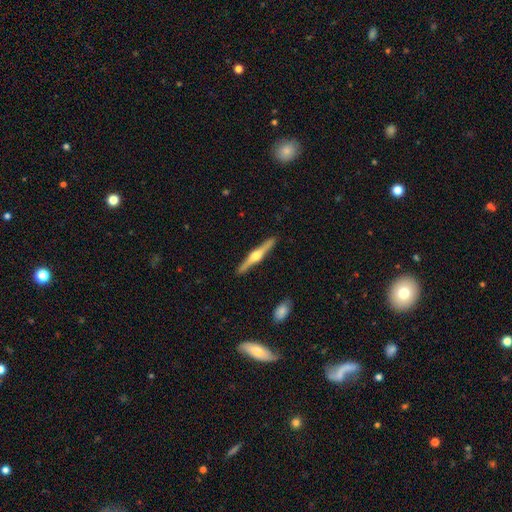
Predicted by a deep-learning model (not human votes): Q: Smooth or featured?
A: featured or disk (78%); runner-up: smooth (17%)
Q: Edge-on disk?
A: yes (98%); runner-up: no (2%)
Q: Edge-on bulge?
A: rounded (94%); runner-up: boxy (4%)
Q: Merging?
A: none (92%); runner-up: minor disturbance (6%)